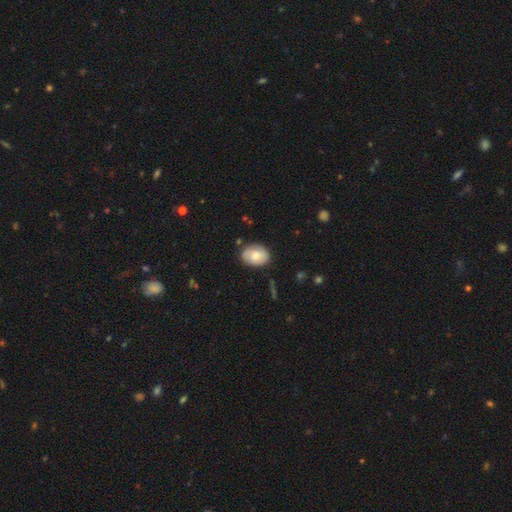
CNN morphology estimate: A smooth galaxy with no disk features (72%) that is in between round and cigar-shaped (72%). Merging: none (79%).